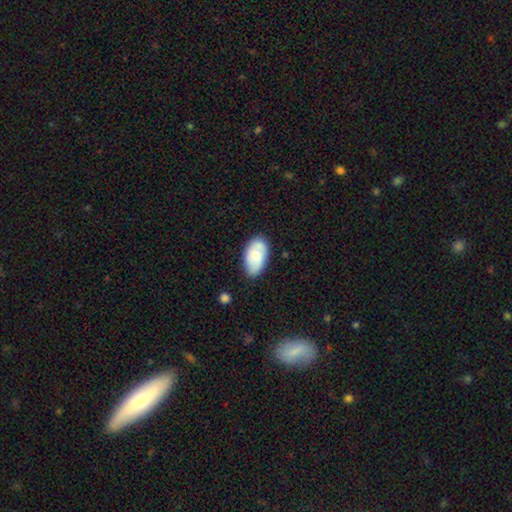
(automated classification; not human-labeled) smooth-or-featured: smooth: 66% | featured or disk: 28% | star or artifact: 6%
  how-rounded: in between: 94% | round: 4% | cigar-shaped: 2%
  merging: none: 70% | minor disturbance: 23% | major disturbance: 4% | merger: 3%